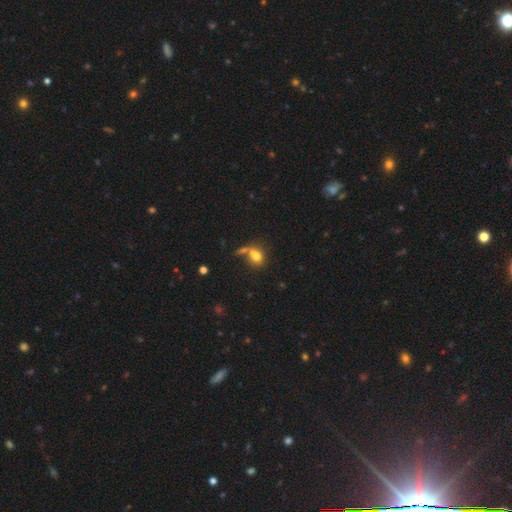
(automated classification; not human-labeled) A smooth galaxy with no disk features (72%) that is in between round and cigar-shaped (57%).

Vote fractions:
- Smooth or featured? smooth: 72% / featured or disk: 15% / star or artifact: 12%
- How rounded? in between: 57% / round: 40% / cigar-shaped: 3%
- Merging? merger: 40% / none: 34% / minor disturbance: 14% / major disturbance: 13%